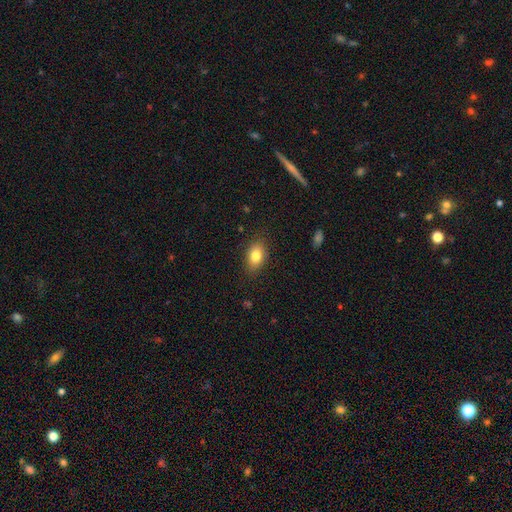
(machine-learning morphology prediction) A smooth galaxy with no disk features (81%) that is in between round and cigar-shaped (84%).

Vote fractions:
- Smooth or featured? smooth: 81% / featured or disk: 10% / star or artifact: 9%
- How rounded? in between: 84% / round: 14% / cigar-shaped: 2%
- Merging? none: 84% / minor disturbance: 12% / major disturbance: 3% / merger: 1%